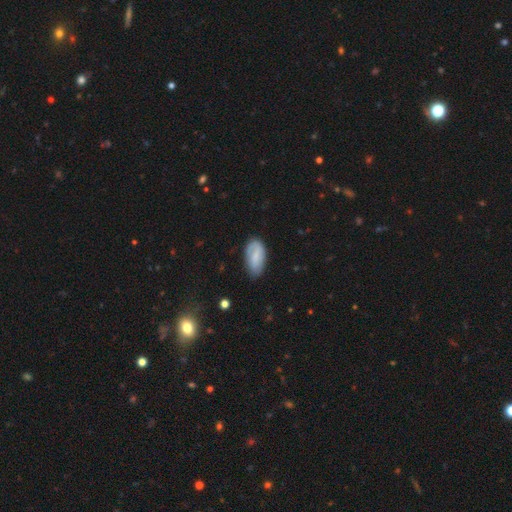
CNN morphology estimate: Smooth or featured: smooth — 68% (featured or disk — 26%)
How rounded: in between — 93% (cigar-shaped — 4%)
Merging: none — 67% (minor disturbance — 25%)